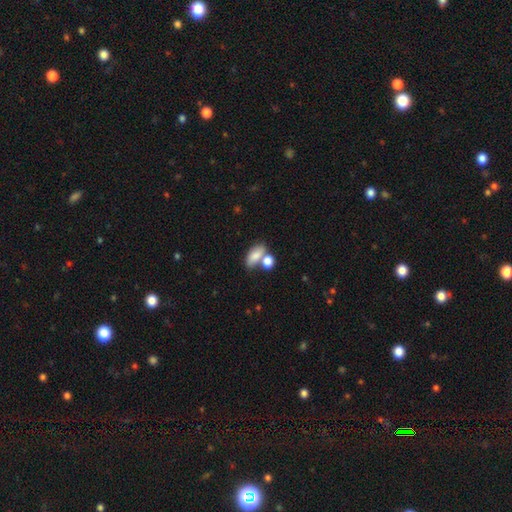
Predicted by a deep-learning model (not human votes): Smooth or featured: smooth — 81% (featured or disk — 11%)
How rounded: in between — 85% (round — 10%)
Merging: merger — 44% (none — 39%)